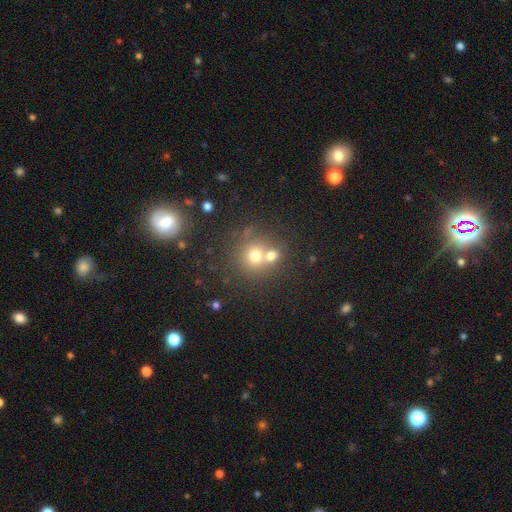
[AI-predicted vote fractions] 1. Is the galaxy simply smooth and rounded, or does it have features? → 69% smooth, 16% featured or disk, 15% star or artifact.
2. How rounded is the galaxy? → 85% round, 14% in between, 1% cigar-shaped.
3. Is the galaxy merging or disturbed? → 50% merger, 40% none, 6% minor disturbance, 3% major disturbance.